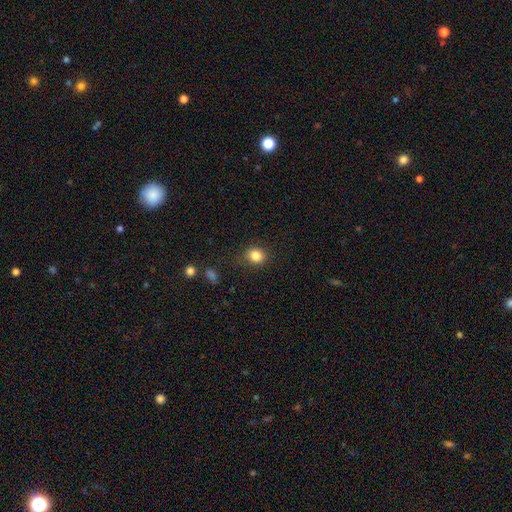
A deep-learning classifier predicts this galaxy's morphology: type=smooth (84%); roundness=round (78%); merging=none (84%).